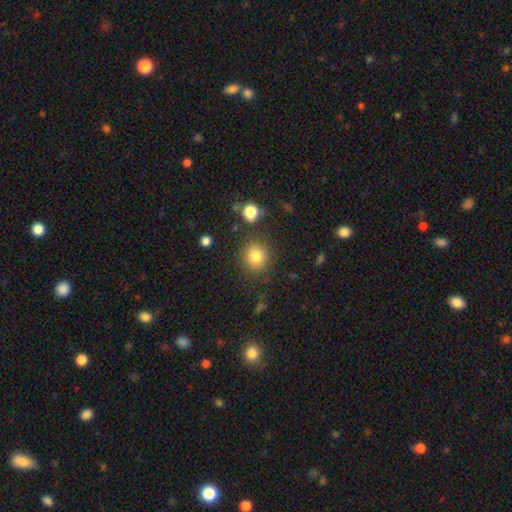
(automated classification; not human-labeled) A smooth galaxy with no disk features (82%) that is round (86%).

Vote fractions:
- Smooth or featured? smooth: 82% / star or artifact: 12% / featured or disk: 7%
- How rounded? round: 86% / in between: 13% / cigar-shaped: 1%
- Merging? none: 84% / minor disturbance: 8% / merger: 4% / major disturbance: 3%